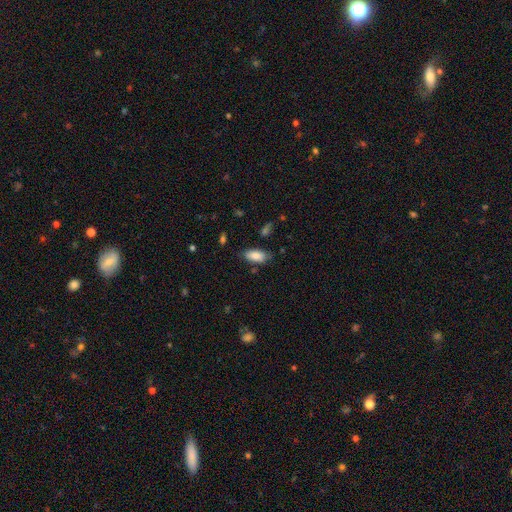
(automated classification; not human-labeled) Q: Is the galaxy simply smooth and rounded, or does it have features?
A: smooth — 83%.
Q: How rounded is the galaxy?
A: in between — 88%.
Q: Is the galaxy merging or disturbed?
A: none — 76%.